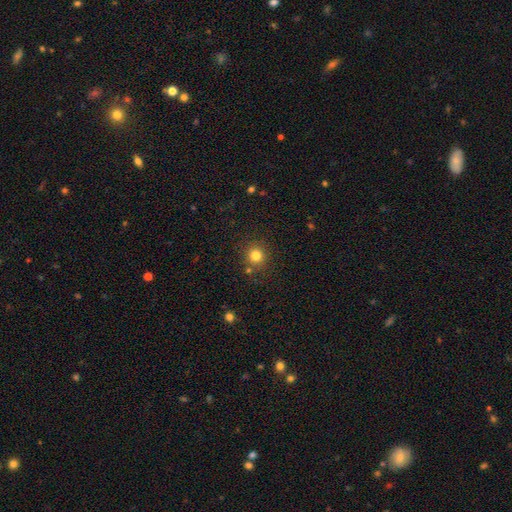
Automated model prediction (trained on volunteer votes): Smooth or featured: smooth — 80% (star or artifact — 14%)
How rounded: round — 92% (in between — 7%)
Merging: none — 85% (minor disturbance — 8%)